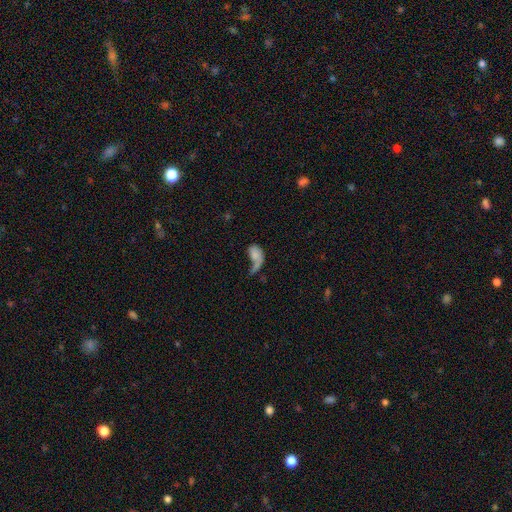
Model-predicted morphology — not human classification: This appears to be a smooth galaxy with no disk features (60%) that is in between round and cigar-shaped (82%). Merging: major disturbance (48%).